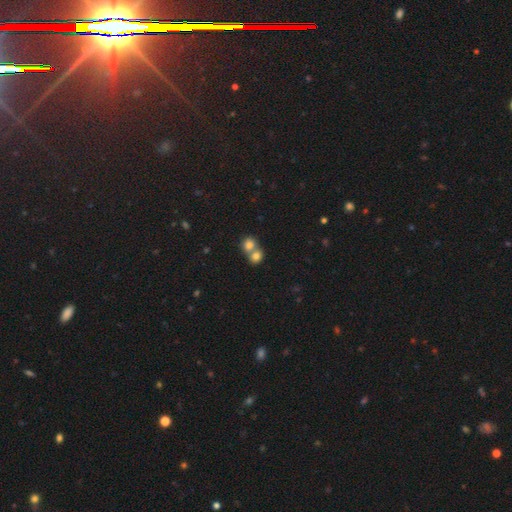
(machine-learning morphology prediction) Overall: smooth (79%). How rounded: round (75%). Merging: merger (63%; none 30%).